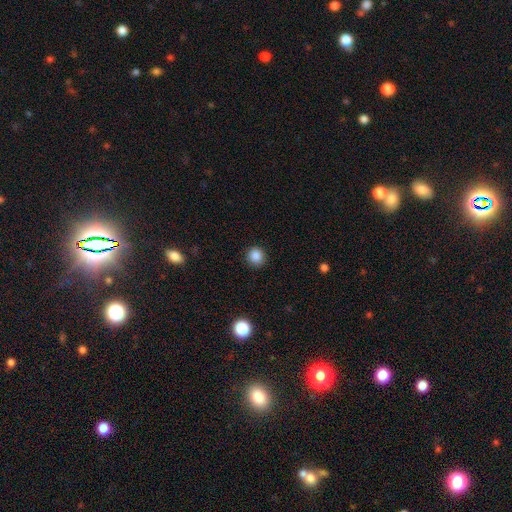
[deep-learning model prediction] This appears to be a smooth galaxy with no disk features (86%) that is round (91%). Merging: none (89%).